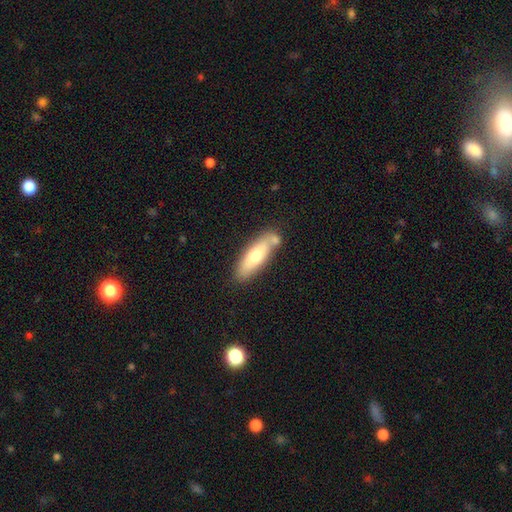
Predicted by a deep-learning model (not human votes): This is likely a smooth galaxy (63%). How rounded: possibly cigar-shaped (54%). Merging: likely none (66%).